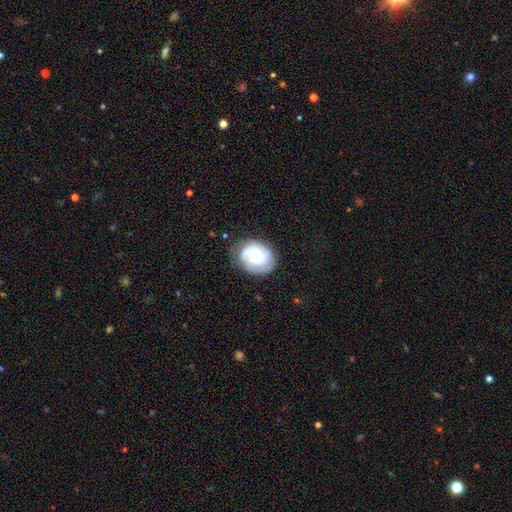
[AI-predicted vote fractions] This is possibly a featured or disk galaxy (58%). It is clearly not viewed edge-on (97%). Bar: likely no (79%). Spiral arm pattern: likely yes (78%). Central bulge: likely moderate (62%). Merging: likely none (69%).